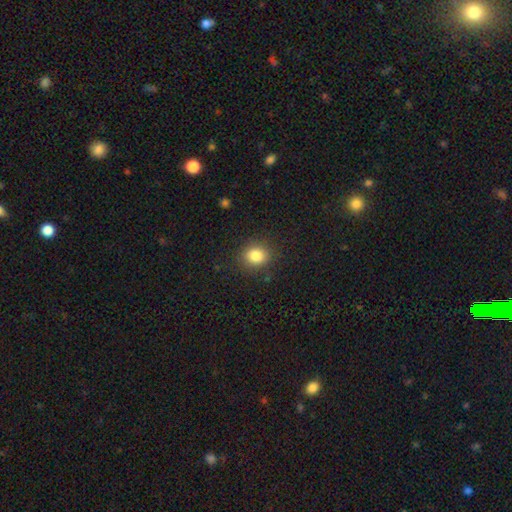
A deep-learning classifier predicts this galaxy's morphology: smooth_or_featured: smooth (p=0.84) [alt: star or artifact p=0.11]
how_rounded: round (p=0.70) [alt: in between p=0.29]
merging: none (p=0.86) [alt: minor disturbance p=0.09]